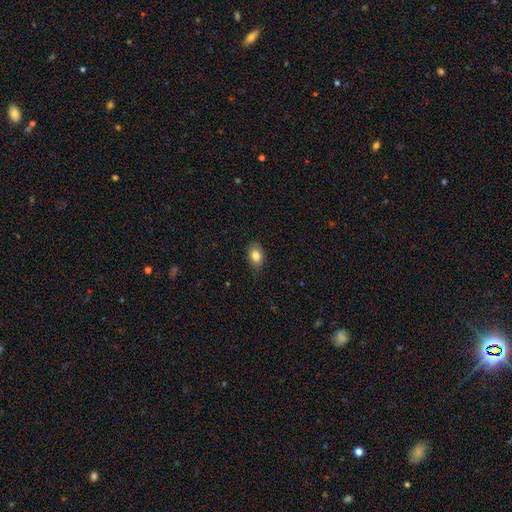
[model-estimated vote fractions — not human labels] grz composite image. It shows a smooth galaxy with no disk features (82%) that is in between round and cigar-shaped (78%). Merging: none (81%).